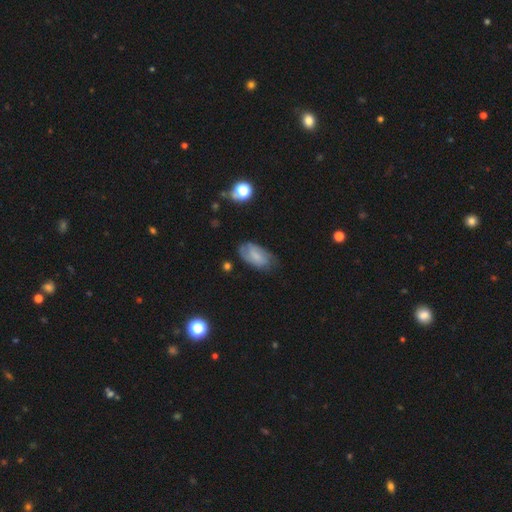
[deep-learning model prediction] Smooth or featured: smooth — 52% (featured or disk — 40%)
How rounded: in between — 92% (round — 4%)
Merging: none — 64% (minor disturbance — 26%)